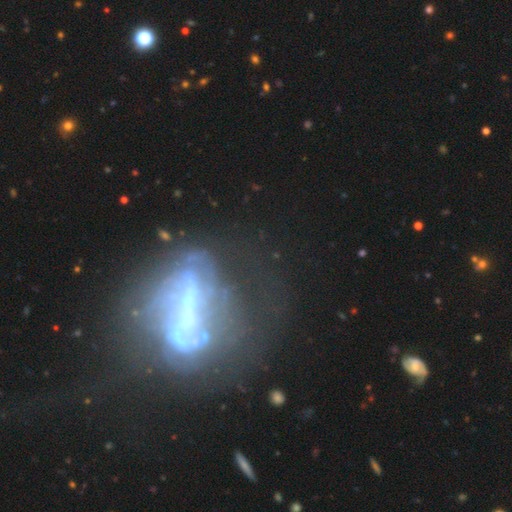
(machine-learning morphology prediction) type=featured or disk (73%); edge-on=no (82%); bar=strong (57%); spiral arms=yes (53%); bulge=small (39%); merging=none (41%).